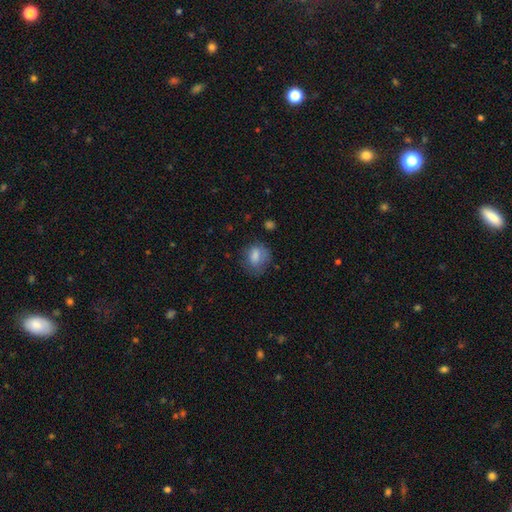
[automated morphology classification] smooth-or-featured: smooth: 76% | featured or disk: 14% | star or artifact: 10%
  how-rounded: in between: 51% | round: 47% | cigar-shaped: 2%
  merging: none: 56% | minor disturbance: 27% | major disturbance: 15% | merger: 2%